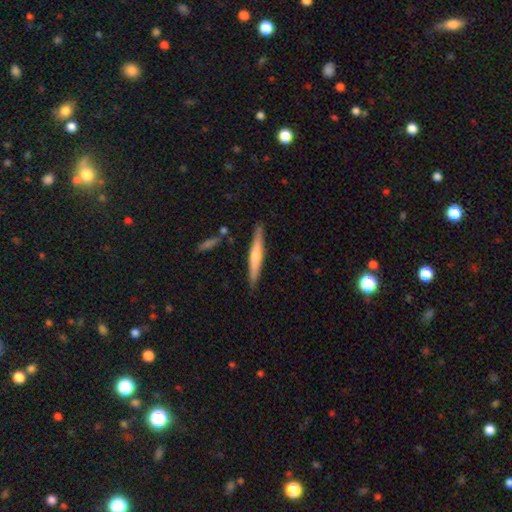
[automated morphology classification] This is possibly a featured or disk galaxy (53%). It is clearly viewed edge-on (96%). Edge-on bulge: likely rounded (73%). Merging: clearly none (87%).